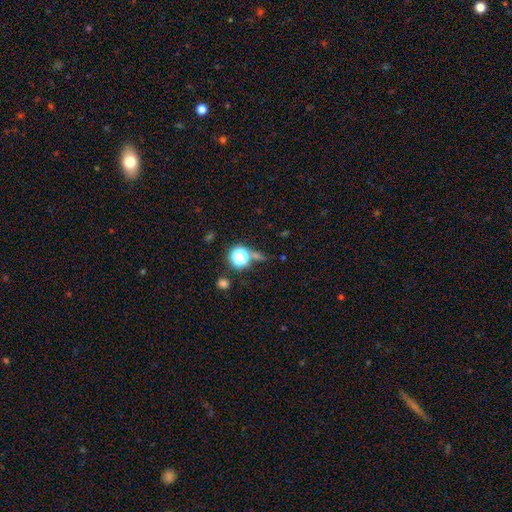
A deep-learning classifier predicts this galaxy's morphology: Smooth or featured: star or artifact — 59% (smooth — 31%)